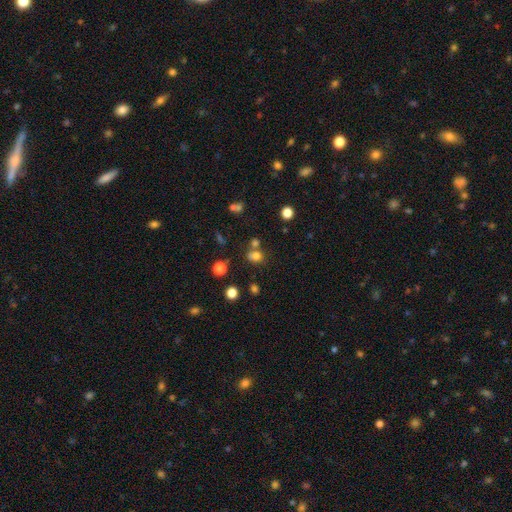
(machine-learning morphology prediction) The model was most divided on "how rounded": round: 54%, in between: 44%, cigar-shaped: 1%. More confident: smooth or featured — smooth (75%); merging — none (56%).